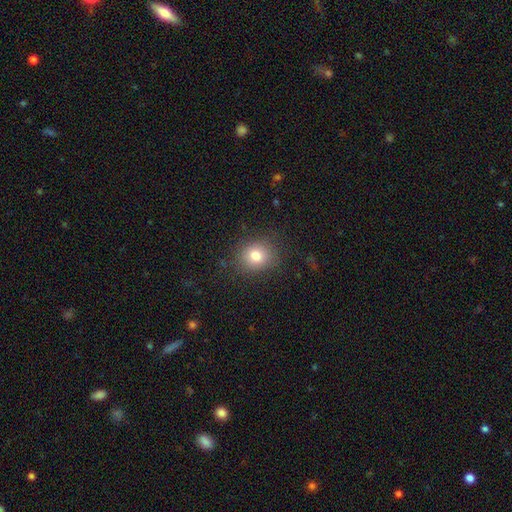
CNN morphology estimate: Smooth or featured: smooth — 79% (star or artifact — 12%)
How rounded: round — 74% (in between — 25%)
Merging: none — 85% (minor disturbance — 10%)